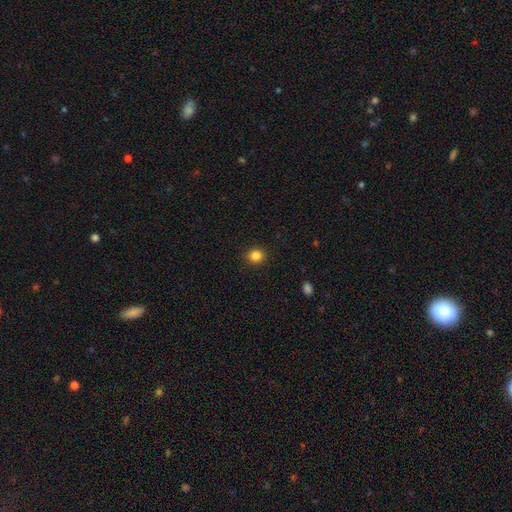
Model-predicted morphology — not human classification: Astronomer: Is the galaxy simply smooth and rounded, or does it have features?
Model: smooth — 85%.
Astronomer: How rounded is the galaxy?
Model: round — 87%.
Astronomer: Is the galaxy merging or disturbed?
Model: none — 91%.